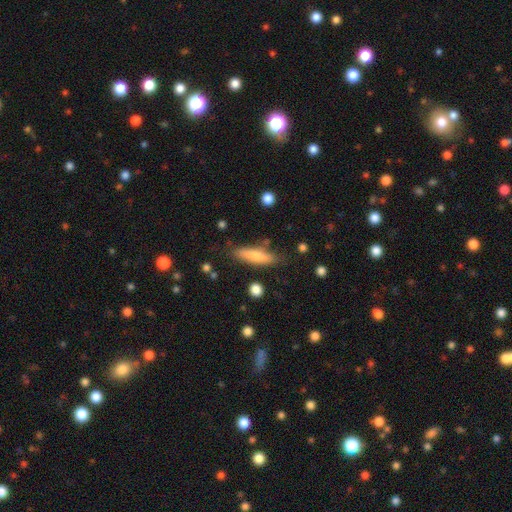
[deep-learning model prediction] Smooth or featured? Predicted: smooth (p=0.70). How rounded? Predicted: cigar-shaped (p=0.70). Merging? Predicted: none (p=0.78).